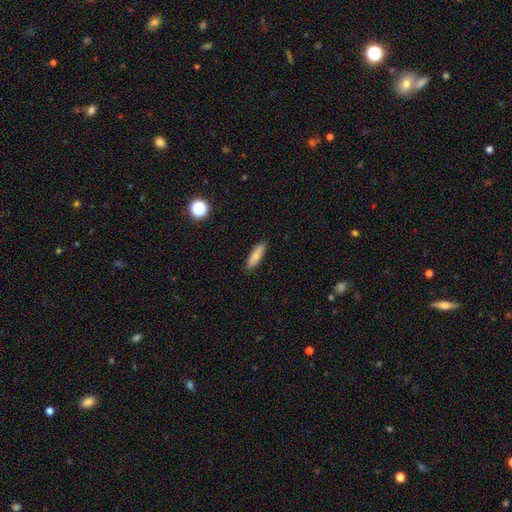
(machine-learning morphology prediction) smooth_or_featured: smooth (p=0.78) [alt: featured or disk p=0.15]
how_rounded: cigar-shaped (p=0.67) [alt: in between p=0.31]
merging: none (p=0.90) [alt: minor disturbance p=0.08]